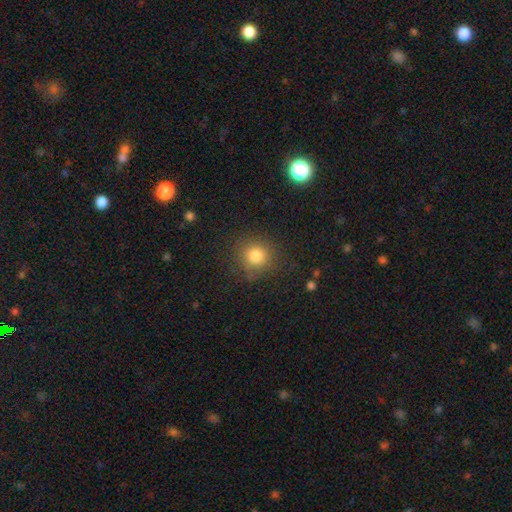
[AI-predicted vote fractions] This appears to be a smooth galaxy with no disk features (80%) that is round (91%). Merging: none (83%).